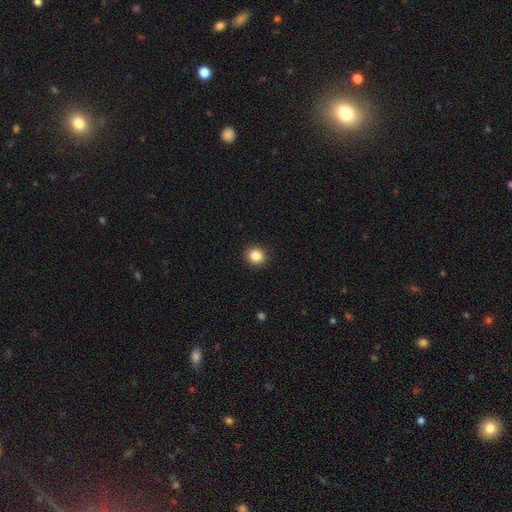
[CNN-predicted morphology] Overall: smooth (86%). How rounded: round (87%). Merging: none (92%).